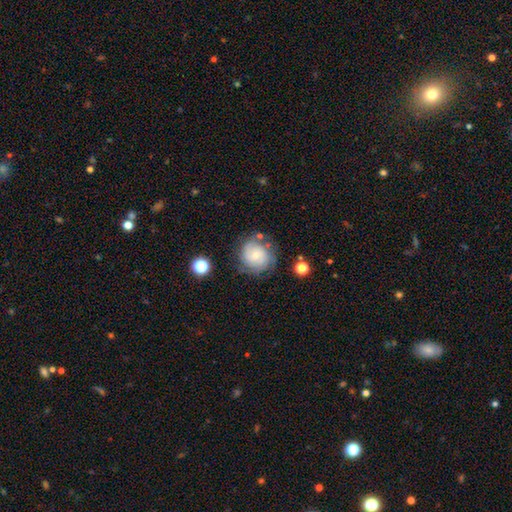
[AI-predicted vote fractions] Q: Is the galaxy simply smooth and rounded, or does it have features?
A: featured or disk — 57%.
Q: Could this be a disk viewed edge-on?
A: no — 98%.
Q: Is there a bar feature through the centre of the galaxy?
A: no — 70%.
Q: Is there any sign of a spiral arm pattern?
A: yes — 86%.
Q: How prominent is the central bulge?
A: small — 63%.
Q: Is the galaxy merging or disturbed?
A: none — 67%.